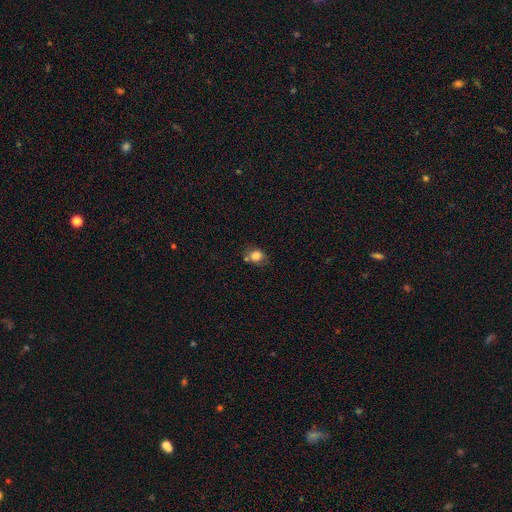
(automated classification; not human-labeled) A smooth galaxy with no disk features (81%) that is round (68%).

Vote fractions:
- Smooth or featured? smooth: 81% / star or artifact: 11% / featured or disk: 8%
- How rounded? round: 68% / in between: 31% / cigar-shaped: 1%
- Merging? none: 62% / minor disturbance: 20% / merger: 12% / major disturbance: 6%